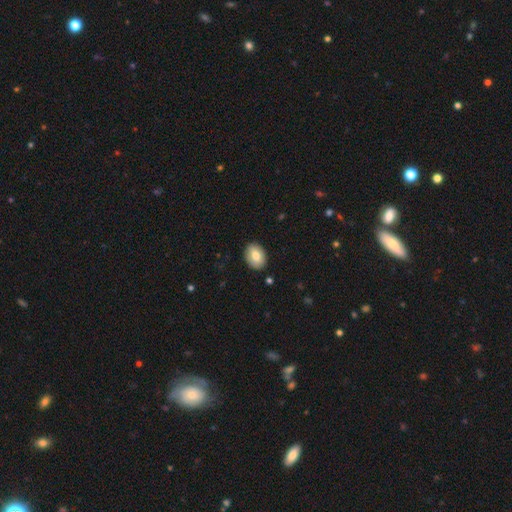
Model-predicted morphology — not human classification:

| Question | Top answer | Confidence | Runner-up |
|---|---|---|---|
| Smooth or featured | smooth | 79% | featured or disk (15%) |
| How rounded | in between | 82% | round (17%) |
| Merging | none | 88% | minor disturbance (9%) |